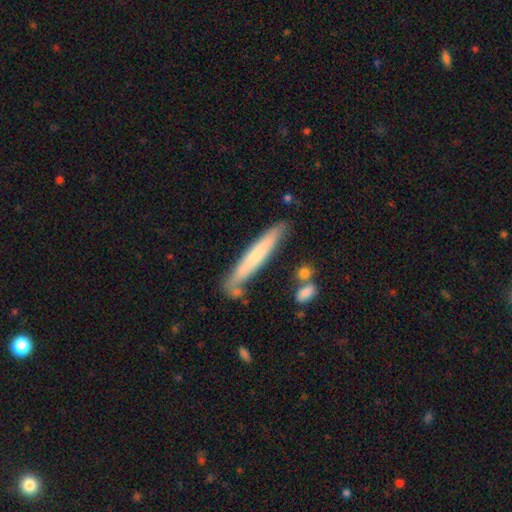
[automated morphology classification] A smooth galaxy with no disk features (61%) that is cigar-shaped (94%).

Vote fractions:
- Smooth or featured? smooth: 61% / featured or disk: 33% / star or artifact: 6%
- How rounded? cigar-shaped: 94% / in between: 5% / round: 1%
- Merging? none: 77% / minor disturbance: 15% / merger: 5% / major disturbance: 3%